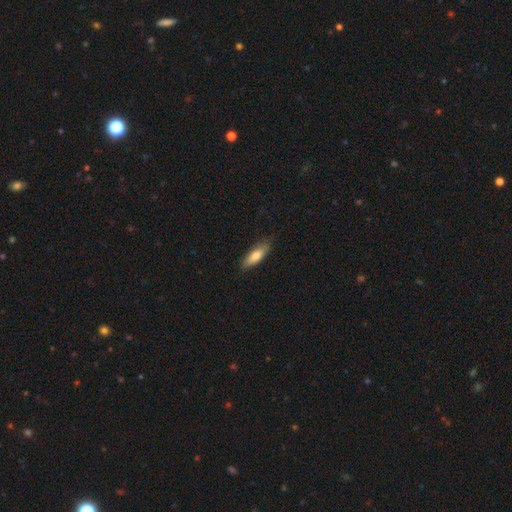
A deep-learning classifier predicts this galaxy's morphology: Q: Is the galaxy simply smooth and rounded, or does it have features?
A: smooth — 73%.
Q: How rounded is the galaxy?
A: in between — 54%.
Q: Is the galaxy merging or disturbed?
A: none — 81%.